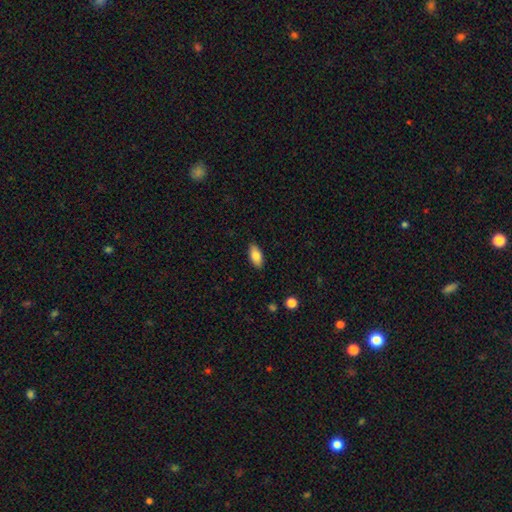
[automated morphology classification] This appears to be a smooth galaxy with no disk features (84%) that is in between round and cigar-shaped (90%). Merging: none (88%).